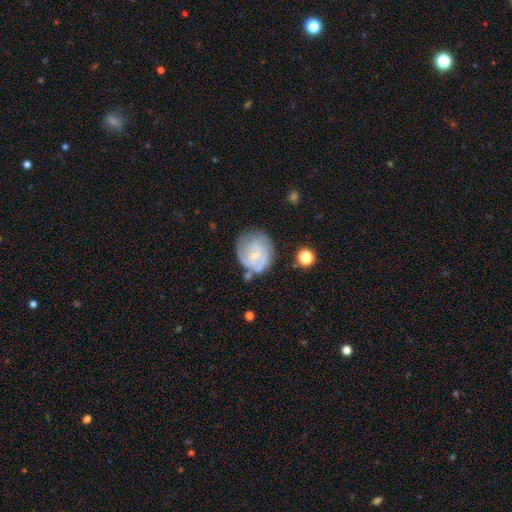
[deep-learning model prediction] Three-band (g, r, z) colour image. It shows a featured or disk galaxy (50%). Merging: none (49%).